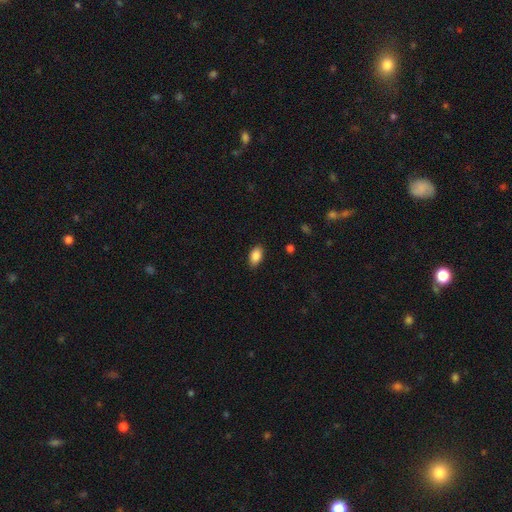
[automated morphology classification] smooth-or-featured: smooth: 88% | star or artifact: 7% | featured or disk: 5%
  how-rounded: in between: 92% | round: 6% | cigar-shaped: 2%
  merging: none: 86% | minor disturbance: 10% | major disturbance: 2% | merger: 1%